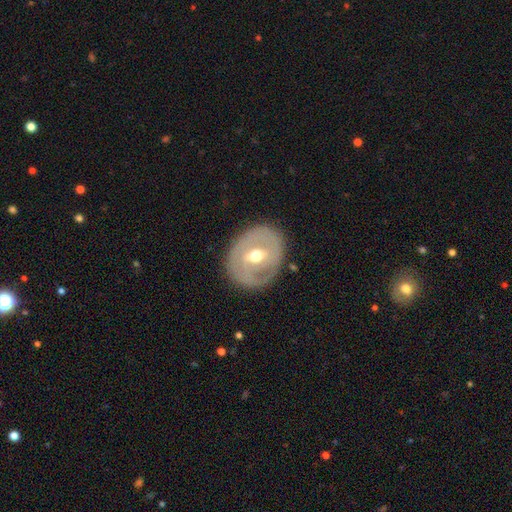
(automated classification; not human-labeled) Smooth or featured? featured or disk (69%)
Edge-on disk? no (94%)
Bar? weak (46%)
Spiral arms? no (52%)
Bulge size? moderate (75%)
Merging? none (79%)